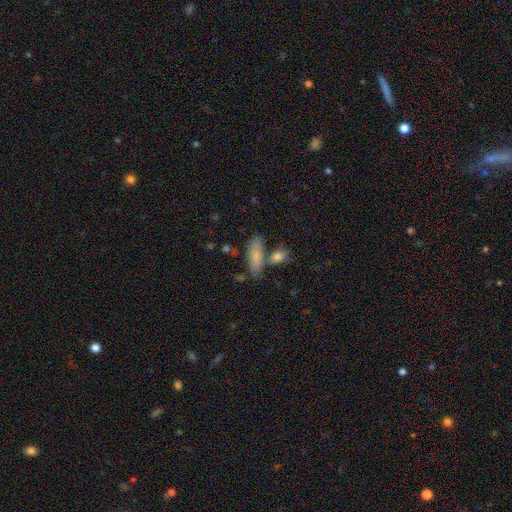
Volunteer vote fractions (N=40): A smooth galaxy with no disk features (78%) that is in between round and cigar-shaped (58%).

Vote fractions:
- Smooth or featured? smooth: 78% / featured or disk: 12% / star or artifact: 10%
- How rounded? in between: 58% / cigar-shaped: 35% / round: 6%
- Merging? none: 61% / merger: 25% / minor disturbance: 11% / major disturbance: 3%